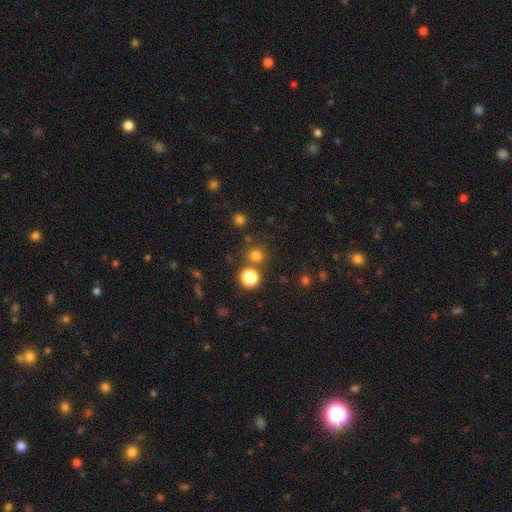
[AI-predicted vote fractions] Smooth or featured? smooth (74%)
How rounded? round (92%)
Merging? none (76%)